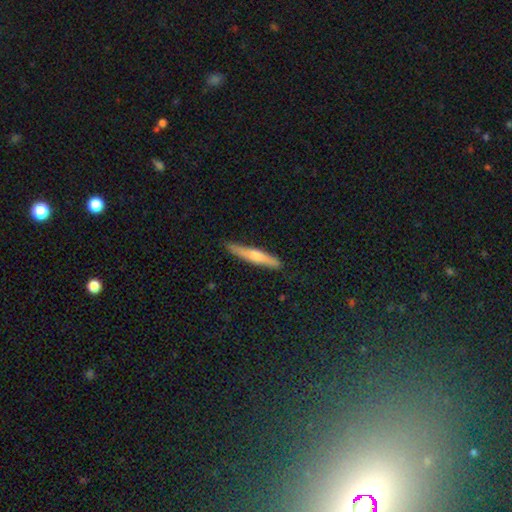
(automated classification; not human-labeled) The model was most divided on "smooth or featured": smooth: 54%, featured or disk: 41%, star or artifact: 6%. More confident: how rounded — cigar-shaped (93%); merging — none (85%).